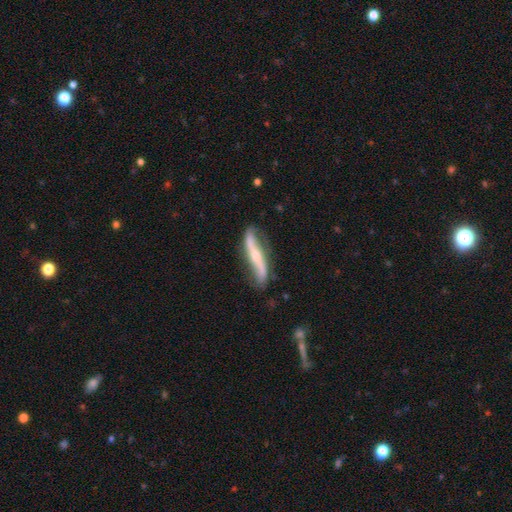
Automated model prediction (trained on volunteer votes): This appears to be a featured or disk galaxy (81%) with a strong bar (48%), spiral arms (90%) and a small central bulge (65%). Merging: none (74%).